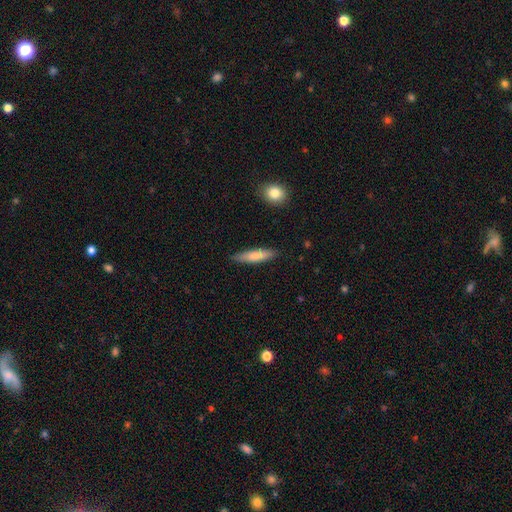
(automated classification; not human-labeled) smooth_or_featured: smooth (p=0.76) [alt: featured or disk p=0.18]
how_rounded: cigar-shaped (p=0.81) [alt: in between p=0.18]
merging: none (p=0.87) [alt: minor disturbance p=0.09]